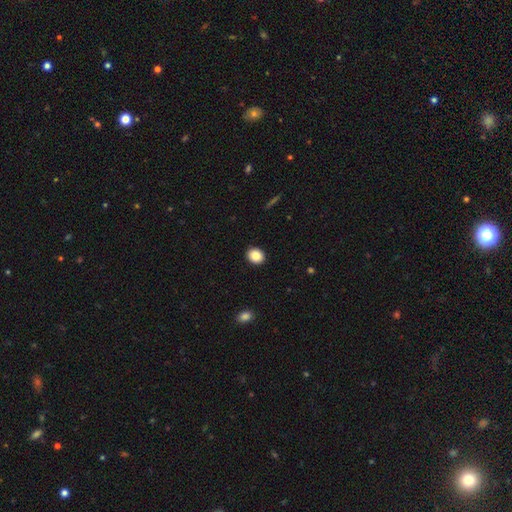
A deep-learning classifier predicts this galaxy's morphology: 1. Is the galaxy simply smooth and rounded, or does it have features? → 86% smooth, 9% star or artifact, 5% featured or disk.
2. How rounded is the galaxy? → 68% round, 31% in between, 1% cigar-shaped.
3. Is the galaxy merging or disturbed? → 92% none, 5% minor disturbance, 2% major disturbance, 1% merger.